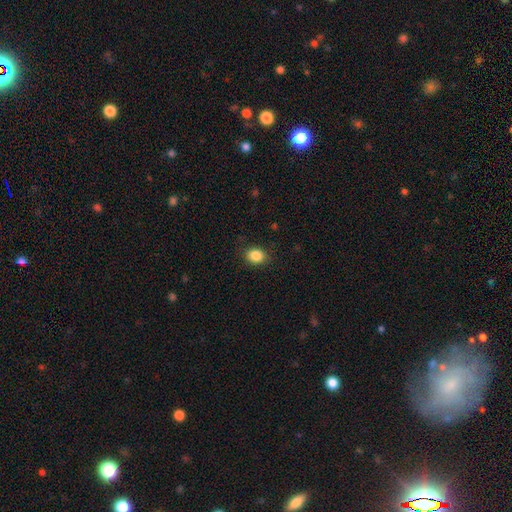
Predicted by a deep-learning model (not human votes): Morphology: type=smooth (87%); roundness=round (52%); merging=none (87%).